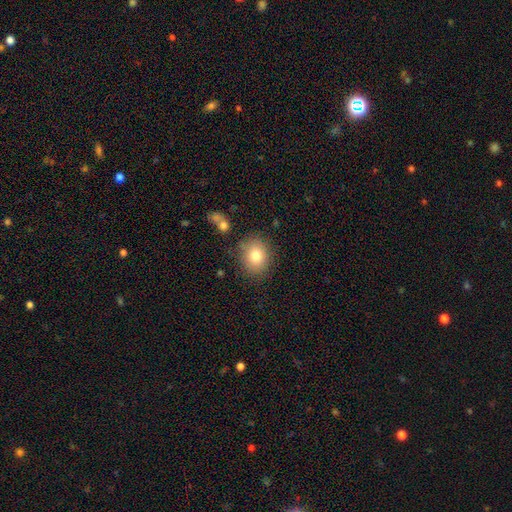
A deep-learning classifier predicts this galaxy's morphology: Smooth or featured?
  - smooth: 79% *
  - featured or disk: 11%
  - star or artifact: 10%
How rounded?
  - round: 65% *
  - in between: 34%
  - cigar-shaped: 1%
Merging?
  - none: 82% *
  - minor disturbance: 12%
  - major disturbance: 3%
  - merger: 3%